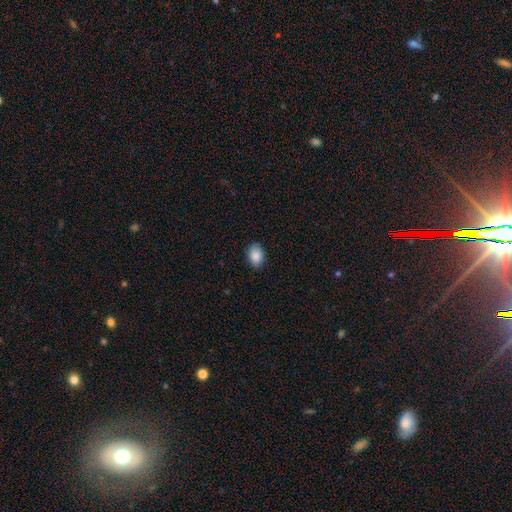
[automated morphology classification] This is clearly a smooth galaxy (87%). How rounded: likely in between (76%). Merging: clearly none (83%).